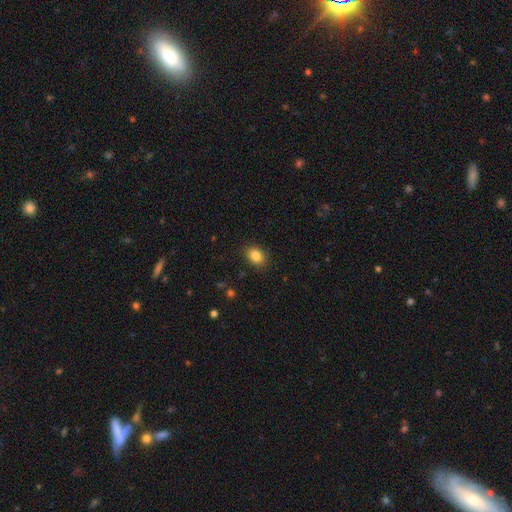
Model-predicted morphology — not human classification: Overall: smooth (85%). How rounded: in between (70%). Merging: none (87%).